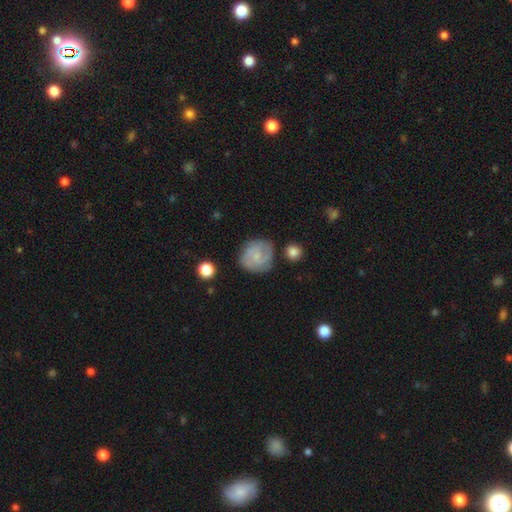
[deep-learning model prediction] Q: Smooth or featured?
A: featured or disk (52%); runner-up: smooth (41%)
Q: Edge-on disk?
A: no (98%); runner-up: yes (2%)
Q: Bar?
A: no (69%); runner-up: weak (27%)
Q: Spiral arms?
A: yes (85%); runner-up: no (15%)
Q: Bulge size?
A: small (57%); runner-up: none (23%)
Q: Merging?
A: none (71%); runner-up: minor disturbance (18%)